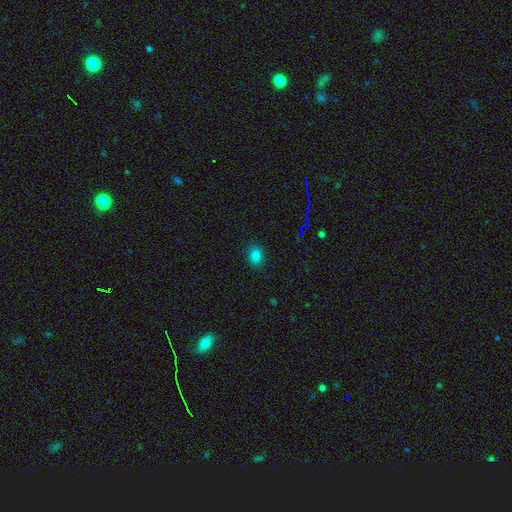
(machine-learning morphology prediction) Smooth or featured? smooth (79%)
How rounded? in between (52%)
Merging? none (88%)